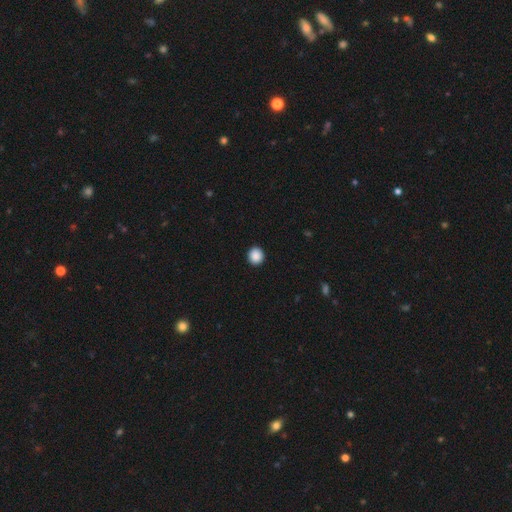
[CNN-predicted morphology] smooth_or_featured: smooth (p=0.89) [alt: star or artifact p=0.09]
how_rounded: round (p=0.89) [alt: in between p=0.10]
merging: none (p=0.93) [alt: minor disturbance p=0.04]